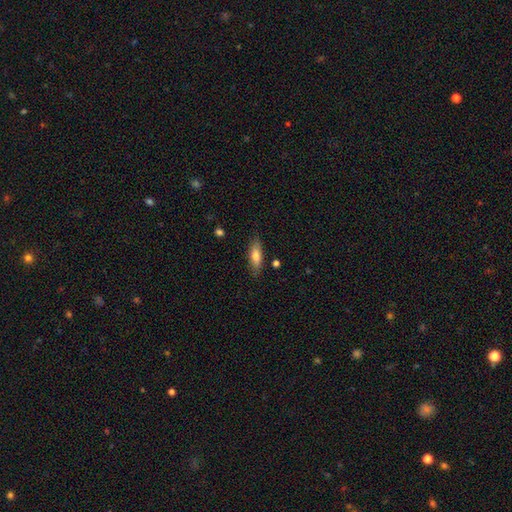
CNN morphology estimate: Smooth or featured? smooth (72%)
How rounded? in between (52%)
Merging? none (83%)